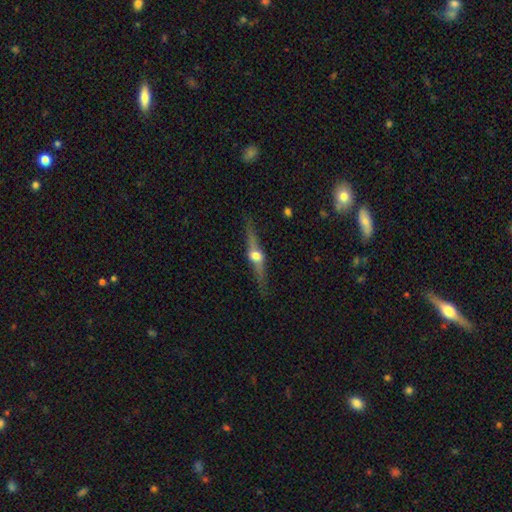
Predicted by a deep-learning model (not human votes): Overall: featured or disk (75%). Edge-on disk: yes (96%). Edge-on bulge: rounded (96%). Merging: none (86%).